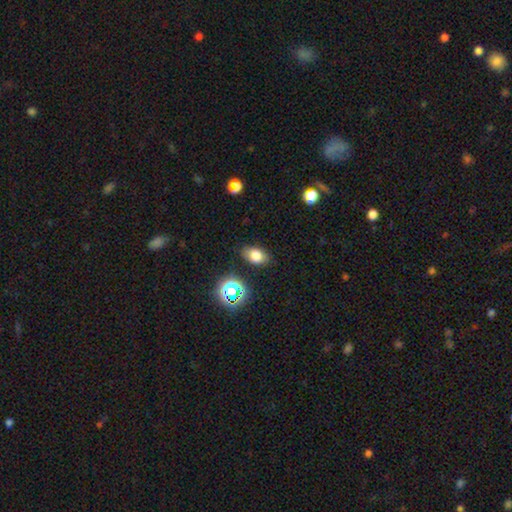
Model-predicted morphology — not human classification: Smooth or featured? smooth (76%)
How rounded? in between (85%)
Merging? none (83%)